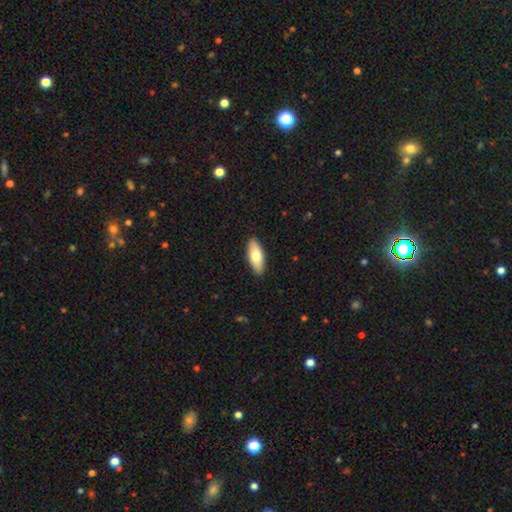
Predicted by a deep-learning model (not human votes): Smooth or featured: smooth — 77% (featured or disk — 18%)
How rounded: in between — 76% (cigar-shaped — 22%)
Merging: none — 90% (minor disturbance — 8%)